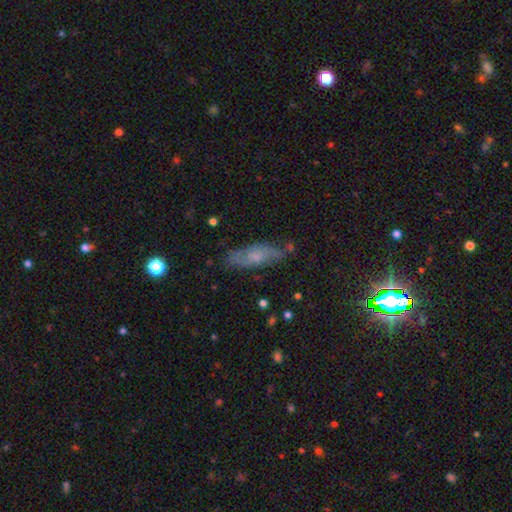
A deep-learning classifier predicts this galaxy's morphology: Overall: featured or disk (47%; smooth 42%). Merging: none (71%).